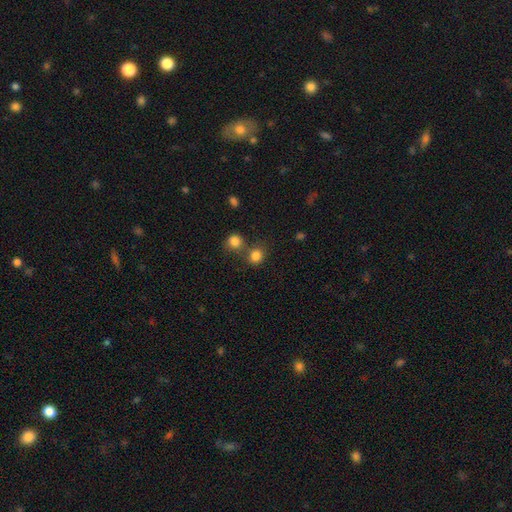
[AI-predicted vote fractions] A smooth galaxy with no disk features (82%) that is round (83%).

Vote fractions:
- Smooth or featured? smooth: 82% / star or artifact: 12% / featured or disk: 5%
- How rounded? round: 83% / in between: 16% / cigar-shaped: 1%
- Merging? none: 62% / merger: 26% / minor disturbance: 9% / major disturbance: 4%